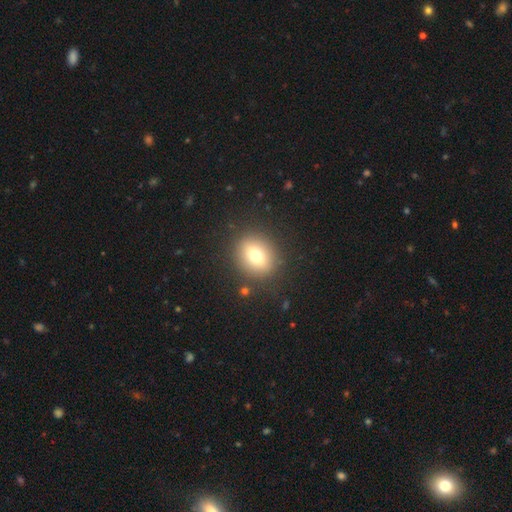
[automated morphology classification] smooth-or-featured: smooth: 71% | featured or disk: 17% | star or artifact: 12%
  how-rounded: round: 67% | in between: 31% | cigar-shaped: 1%
  merging: none: 87% | minor disturbance: 8% | major disturbance: 4% | merger: 2%